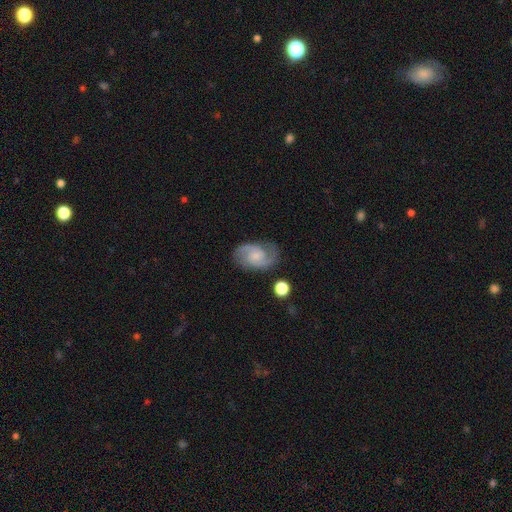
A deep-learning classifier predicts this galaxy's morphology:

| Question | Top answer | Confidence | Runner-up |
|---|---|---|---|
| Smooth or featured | featured or disk | 82% | smooth (12%) |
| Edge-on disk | no | 98% | yes (2%) |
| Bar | no | 56% | weak (38%) |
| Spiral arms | yes | 97% | no (3%) |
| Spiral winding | medium | 56% | tight (26%) |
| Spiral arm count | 2 | 90% | can't tell (4%) |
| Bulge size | small | 49% | moderate (24%) |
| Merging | none | 79% | minor disturbance (14%) |